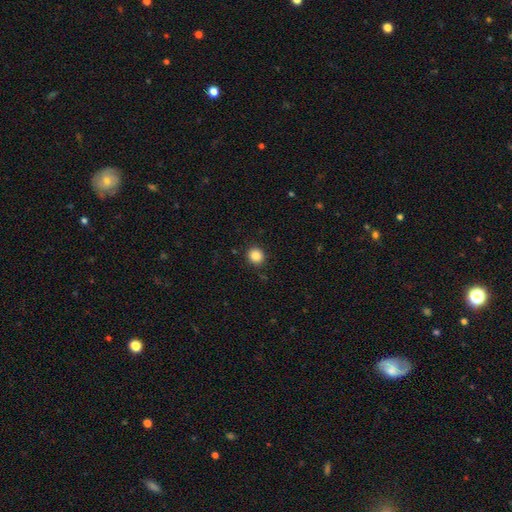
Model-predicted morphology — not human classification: The model was most divided on "smooth or featured": smooth: 86%, star or artifact: 10%, featured or disk: 4%. More confident: merging — none (90%); how rounded — round (88%).